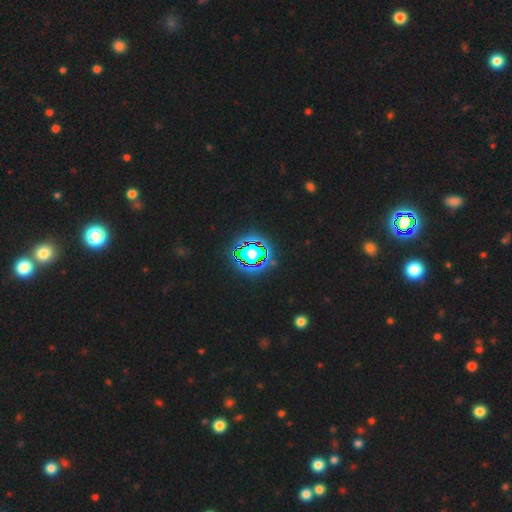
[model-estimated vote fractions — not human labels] smooth-or-featured: star or artifact: 81% | smooth: 12% | featured or disk: 8%